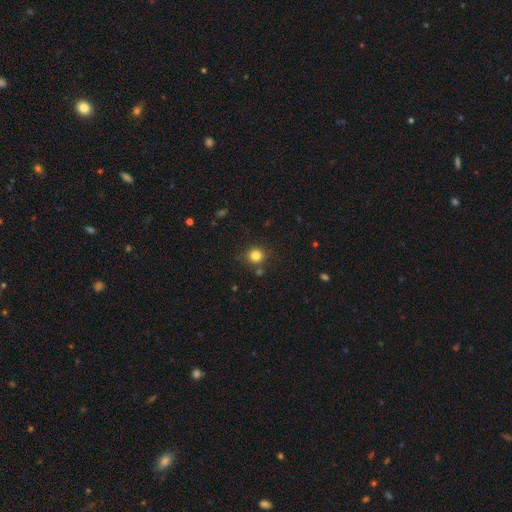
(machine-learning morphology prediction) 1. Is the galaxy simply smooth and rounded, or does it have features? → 81% smooth, 13% star or artifact, 6% featured or disk.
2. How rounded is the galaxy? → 91% round, 8% in between, 1% cigar-shaped.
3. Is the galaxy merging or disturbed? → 83% none, 9% minor disturbance, 6% merger, 3% major disturbance.